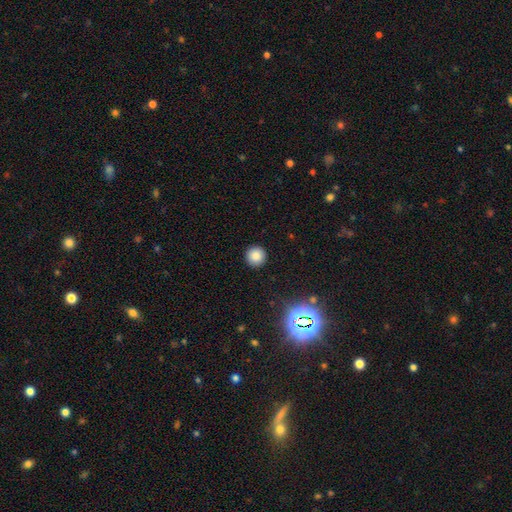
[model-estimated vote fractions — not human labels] Q: Smooth or featured?
A: smooth (83%); runner-up: star or artifact (12%)
Q: How rounded?
A: round (95%); runner-up: in between (4%)
Q: Merging?
A: none (92%); runner-up: minor disturbance (5%)